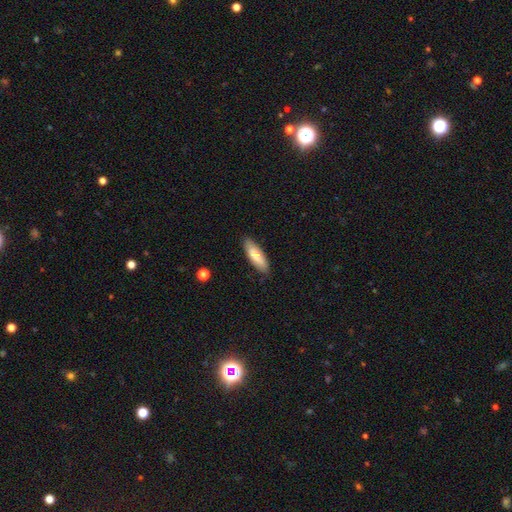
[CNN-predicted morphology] Smooth or featured? Predicted: smooth (p=0.78). How rounded? Predicted: in between (p=0.56). Merging? Predicted: none (p=0.83).